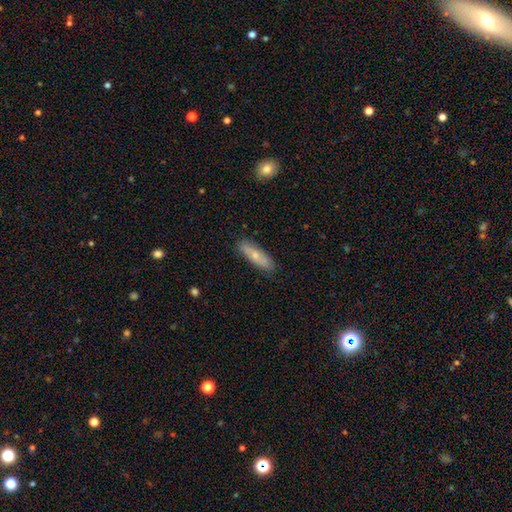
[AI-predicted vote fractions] smooth 63%, featured or disk 31%, star or artifact 6%. Down the decision tree: how rounded — cigar-shaped (57%); merging — none (86%).